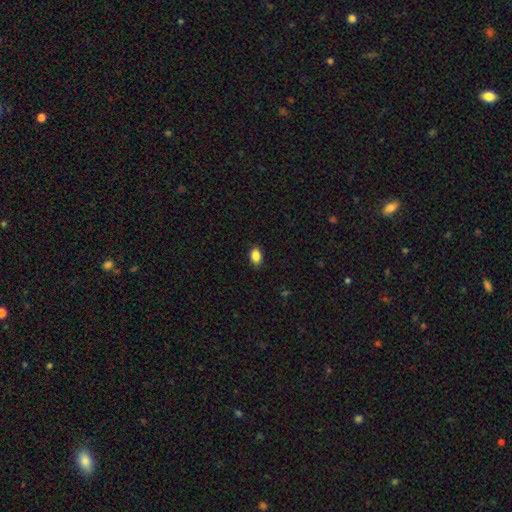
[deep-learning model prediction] Q: Smooth or featured?
A: smooth (88%); runner-up: star or artifact (8%)
Q: How rounded?
A: in between (84%); runner-up: round (15%)
Q: Merging?
A: none (87%); runner-up: minor disturbance (10%)